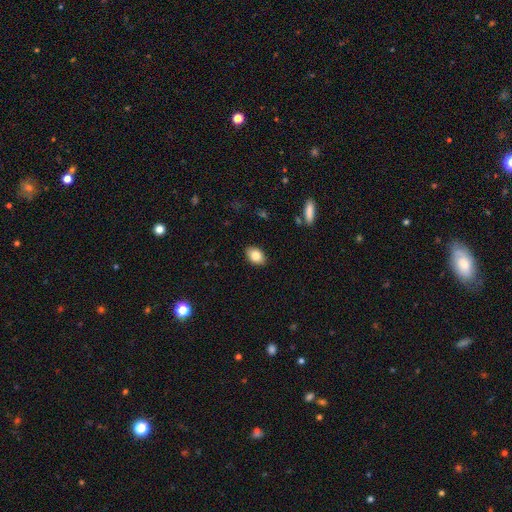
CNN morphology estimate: Smooth or featured?
  - smooth: 82% *
  - featured or disk: 10%
  - star or artifact: 8%
How rounded?
  - in between: 85% *
  - round: 14%
  - cigar-shaped: 1%
Merging?
  - none: 88% *
  - minor disturbance: 9%
  - major disturbance: 2%
  - merger: 1%